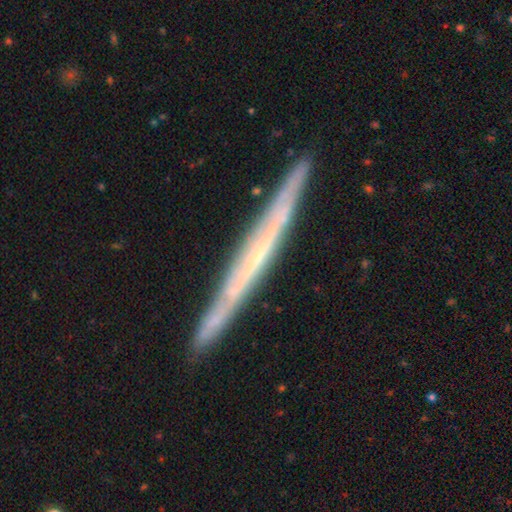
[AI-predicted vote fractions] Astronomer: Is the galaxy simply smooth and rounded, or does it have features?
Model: featured or disk — 72%.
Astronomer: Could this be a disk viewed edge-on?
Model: yes — 95%.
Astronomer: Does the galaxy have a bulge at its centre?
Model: none — 80%.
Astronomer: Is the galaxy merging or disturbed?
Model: none — 88%.